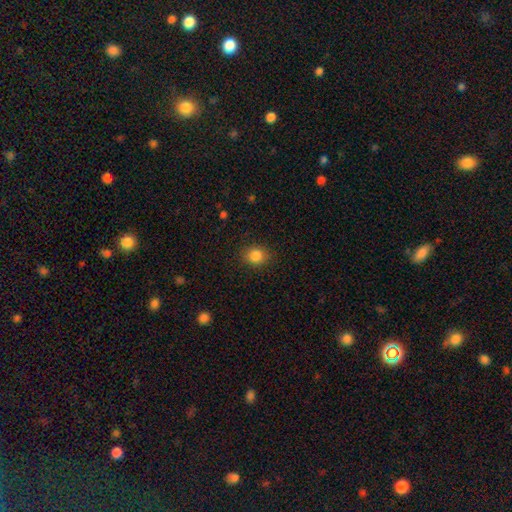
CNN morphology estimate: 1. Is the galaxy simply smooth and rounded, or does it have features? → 85% smooth, 11% star or artifact, 4% featured or disk.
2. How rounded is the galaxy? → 70% round, 29% in between, 1% cigar-shaped.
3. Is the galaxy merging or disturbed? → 88% none, 9% minor disturbance, 3% major disturbance, 1% merger.